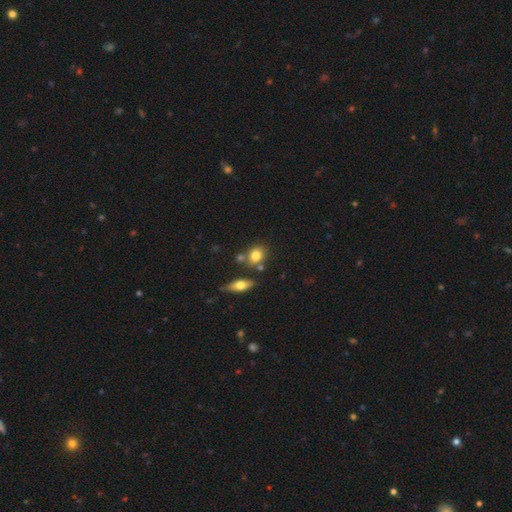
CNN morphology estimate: Q: Smooth or featured?
A: smooth (78%); runner-up: featured or disk (13%)
Q: How rounded?
A: in between (49%); runner-up: round (48%)
Q: Merging?
A: none (64%); runner-up: merger (19%)